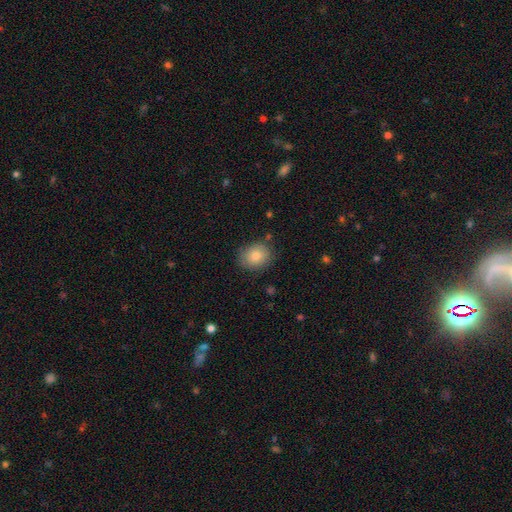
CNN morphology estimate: smooth 82%, featured or disk 9%, star or artifact 9%. Down the decision tree: how rounded — round (58%); merging — none (83%).